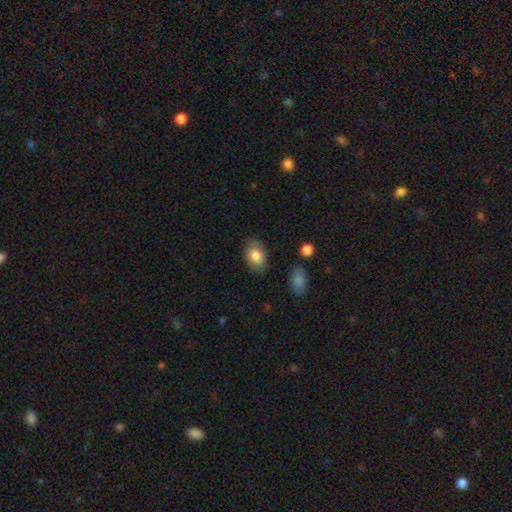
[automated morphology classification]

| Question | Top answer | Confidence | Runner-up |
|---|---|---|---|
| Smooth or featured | smooth | 81% | featured or disk (13%) |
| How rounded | in between | 86% | round (12%) |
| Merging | none | 81% | minor disturbance (14%) |